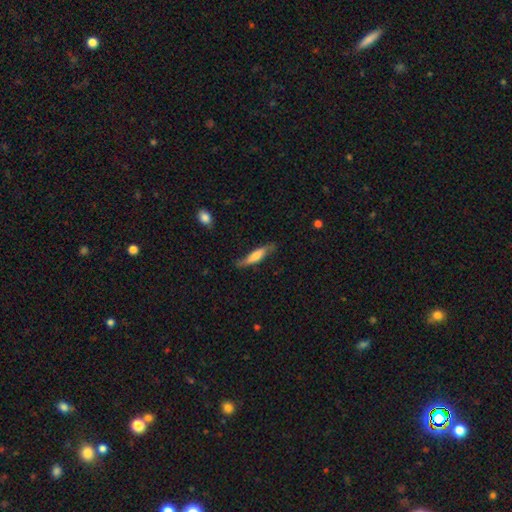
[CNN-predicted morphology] Smooth or featured: smooth — 59% (featured or disk — 35%)
How rounded: cigar-shaped — 76% (in between — 22%)
Merging: none — 69% (minor disturbance — 23%)